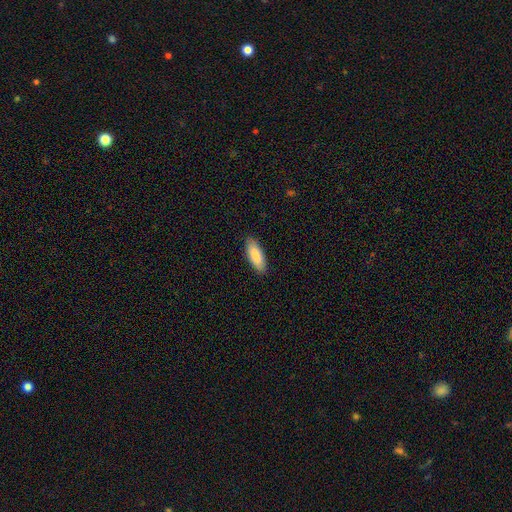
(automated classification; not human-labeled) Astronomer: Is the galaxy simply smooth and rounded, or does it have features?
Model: smooth — 85%.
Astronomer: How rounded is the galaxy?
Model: in between — 72%.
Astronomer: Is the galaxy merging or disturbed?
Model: none — 89%.